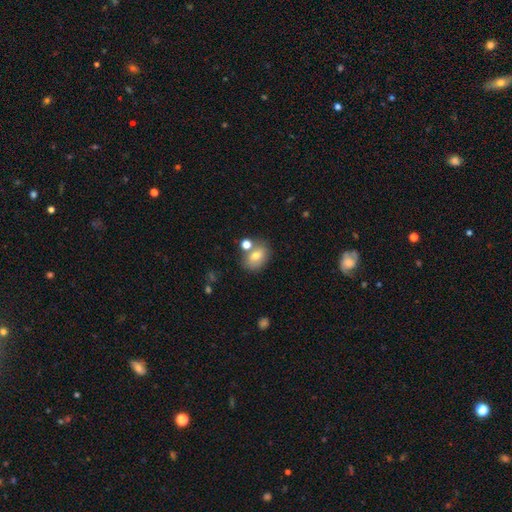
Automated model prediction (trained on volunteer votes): Smooth or featured: smooth — 71% (featured or disk — 19%)
How rounded: in between — 67% (round — 32%)
Merging: none — 63% (merger — 20%)